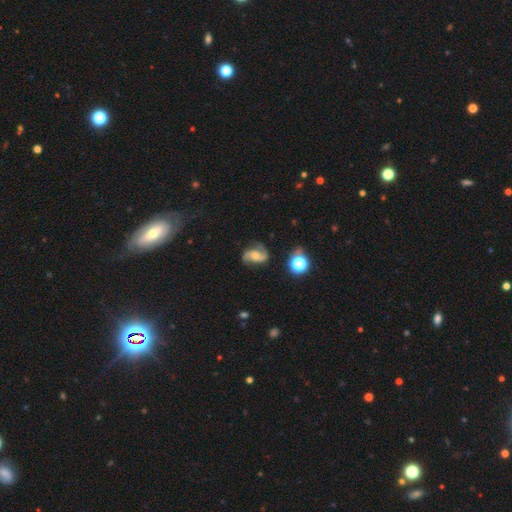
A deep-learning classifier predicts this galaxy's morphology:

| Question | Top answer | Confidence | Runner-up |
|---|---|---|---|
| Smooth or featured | featured or disk | 81% | smooth (11%) |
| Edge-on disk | no | 98% | yes (2%) |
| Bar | no | 53% | weak (34%) |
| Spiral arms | yes | 96% | no (4%) |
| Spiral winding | medium | 45% | loose (41%) |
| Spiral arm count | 2 | 90% | can't tell (3%) |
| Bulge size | moderate | 54% | small (36%) |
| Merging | none | 71% | minor disturbance (18%) |